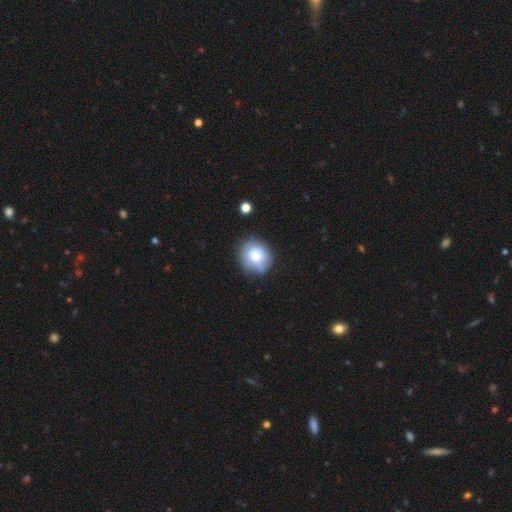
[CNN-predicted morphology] Smooth or featured? smooth (67%)
How rounded? round (80%)
Merging? none (66%)